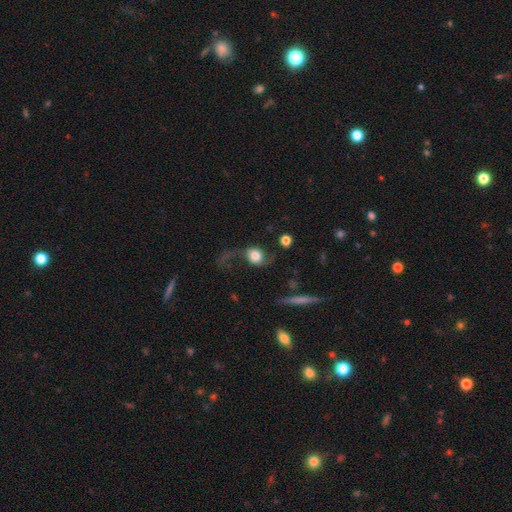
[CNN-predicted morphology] A smooth galaxy with no disk features (49%). Merging: none (39%).